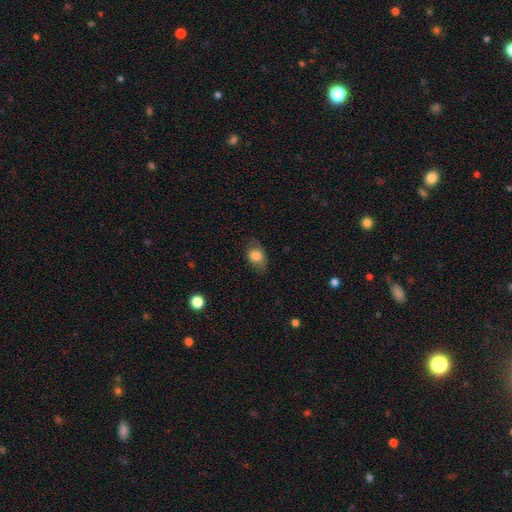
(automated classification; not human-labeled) smooth_or_featured: smooth (p=0.78) [alt: featured or disk p=0.13]
how_rounded: in between (p=0.73) [alt: round p=0.25]
merging: none (p=0.72) [alt: minor disturbance p=0.21]